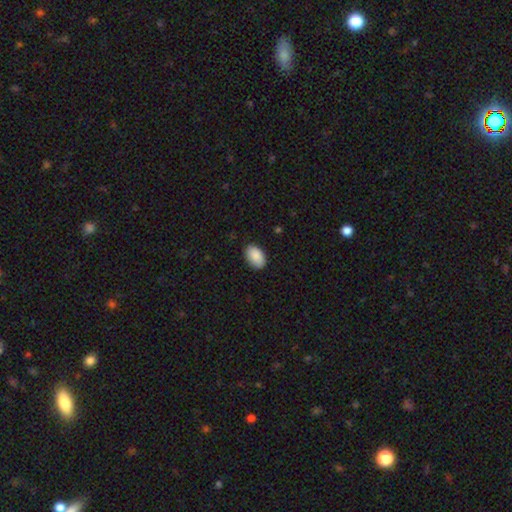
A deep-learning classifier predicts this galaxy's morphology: Overall: smooth (89%). How rounded: in between (92%). Merging: none (85%).